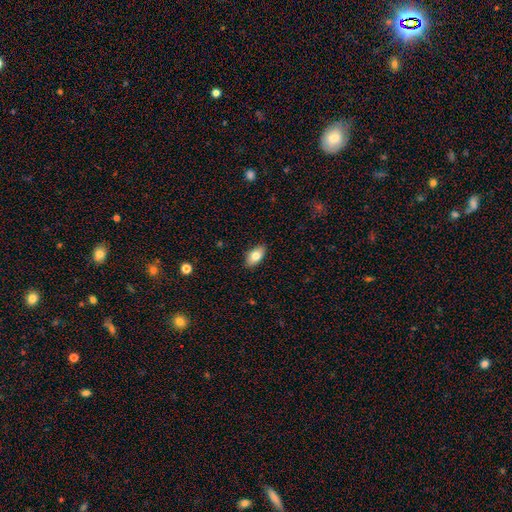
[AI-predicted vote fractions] This is likely a smooth galaxy (80%). How rounded: clearly in between (92%). Merging: clearly none (87%).